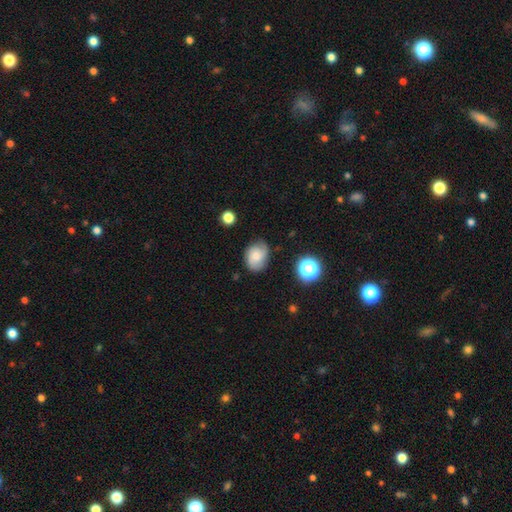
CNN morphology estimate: Smooth or featured? Predicted: smooth (p=0.54). How rounded? Predicted: in between (p=0.59). Merging? Predicted: none (p=0.70).